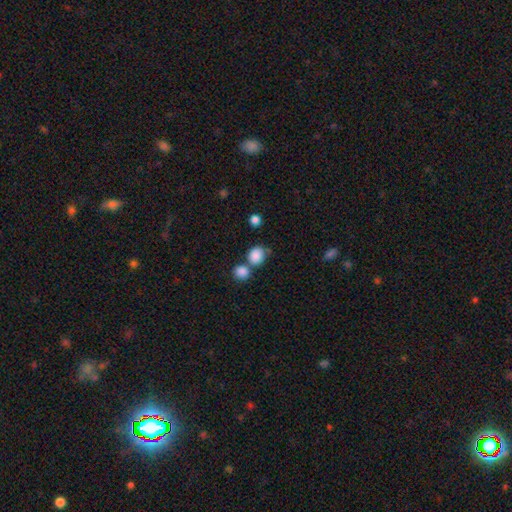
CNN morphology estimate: smooth-or-featured: smooth: 86% | star or artifact: 9% | featured or disk: 5%
  how-rounded: round: 74% | in between: 25% | cigar-shaped: 1%
  merging: none: 49% | merger: 36% | minor disturbance: 11% | major disturbance: 4%